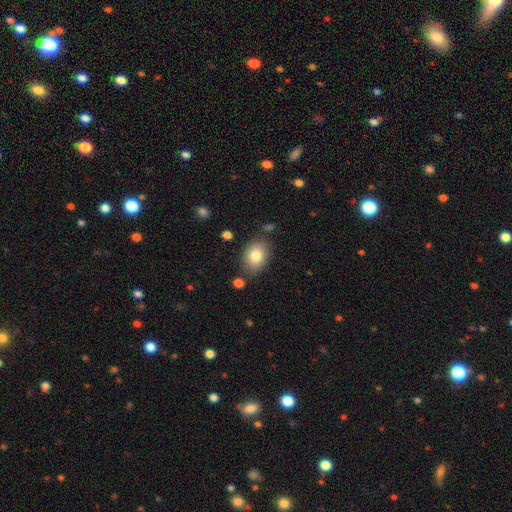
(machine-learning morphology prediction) This appears to be a smooth galaxy with no disk features (82%) that is in between round and cigar-shaped (74%). Merging: none (80%).